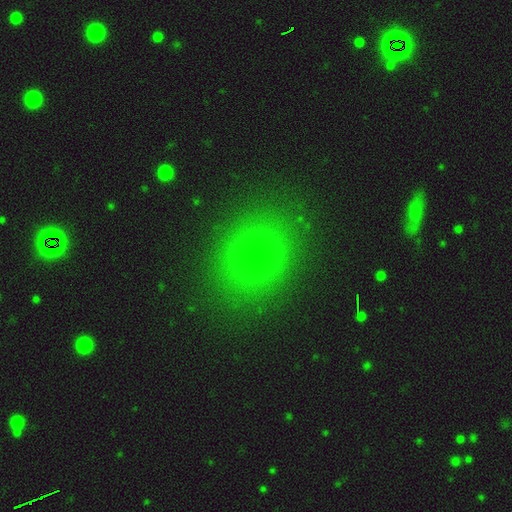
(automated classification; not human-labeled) Q: Smooth or featured?
A: smooth (72%); runner-up: star or artifact (19%)
Q: How rounded?
A: round (65%); runner-up: in between (34%)
Q: Merging?
A: none (86%); runner-up: minor disturbance (9%)